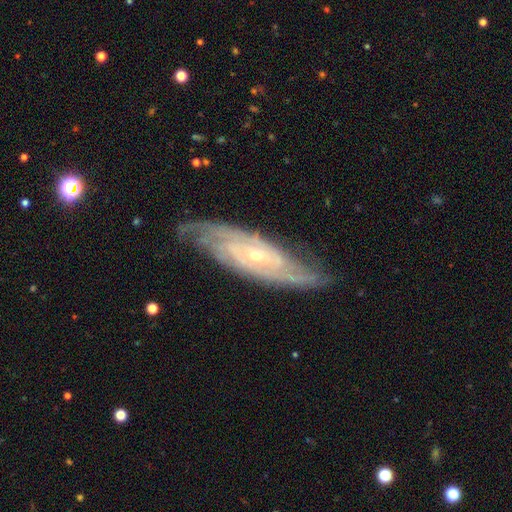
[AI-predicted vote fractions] This is clearly a featured or disk galaxy (88%). It is clearly not viewed edge-on (85%). Bar: likely no (62%). Spiral arm pattern: clearly yes (96%). Spiral arm count: marginally can't tell (30%). Spiral winding: likely tight (63%). Central bulge: likely small (75%). Merging: likely none (77%).